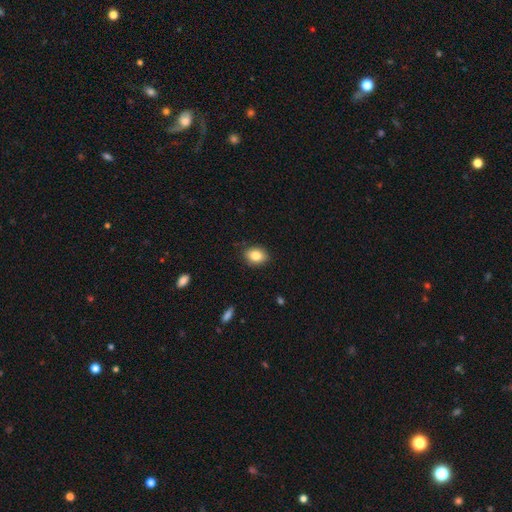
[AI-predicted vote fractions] Overall: smooth (84%). How rounded: in between (59%; round 40%). Merging: none (87%).